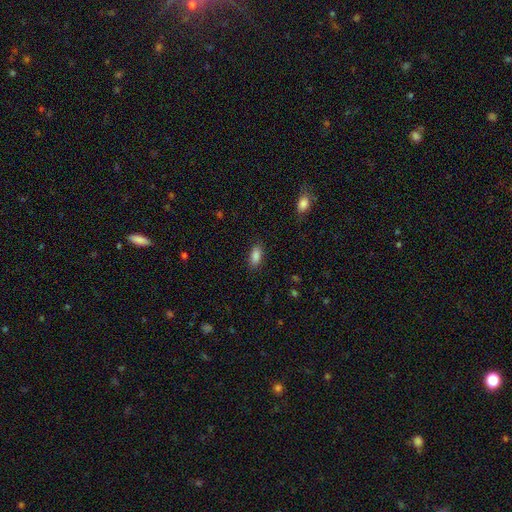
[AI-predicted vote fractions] Smooth or featured? Predicted: smooth (p=0.87). How rounded? Predicted: in between (p=0.88). Merging? Predicted: none (p=0.86).